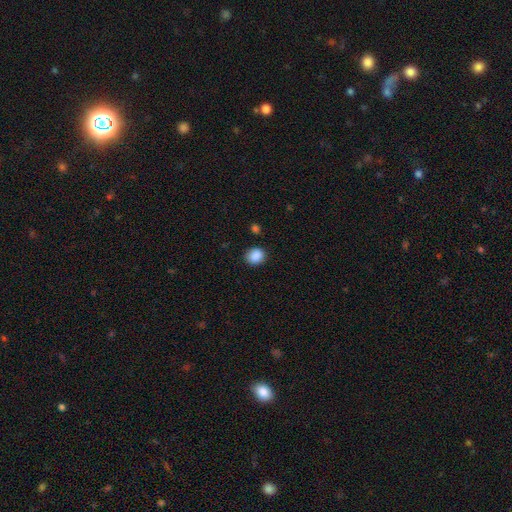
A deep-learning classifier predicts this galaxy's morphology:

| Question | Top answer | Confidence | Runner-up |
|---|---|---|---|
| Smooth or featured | smooth | 88% | star or artifact (9%) |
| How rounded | round | 73% | in between (26%) |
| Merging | none | 86% | minor disturbance (10%) |